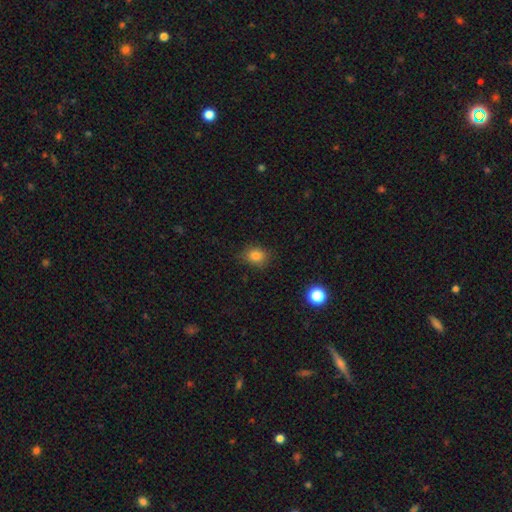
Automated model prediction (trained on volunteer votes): A smooth galaxy with no disk features (83%) that is round (52%).

Vote fractions:
- Smooth or featured? smooth: 83% / star or artifact: 12% / featured or disk: 5%
- How rounded? round: 52% / in between: 47% / cigar-shaped: 1%
- Merging? none: 81% / minor disturbance: 14% / major disturbance: 3% / merger: 1%